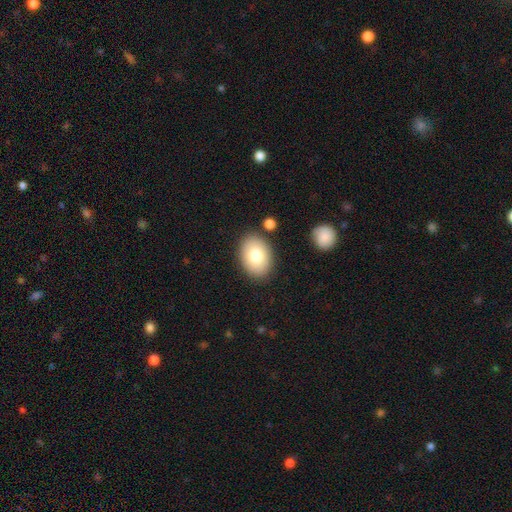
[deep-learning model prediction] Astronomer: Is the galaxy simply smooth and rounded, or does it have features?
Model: smooth — 79%.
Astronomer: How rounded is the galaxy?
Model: in between — 80%.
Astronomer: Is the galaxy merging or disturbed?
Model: none — 85%.